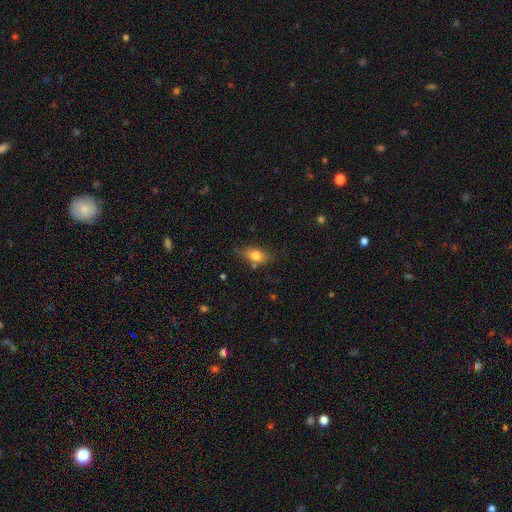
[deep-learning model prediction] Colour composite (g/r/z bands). It shows a smooth galaxy with no disk features (78%) that is in between round and cigar-shaped (82%). Merging: none (70%).